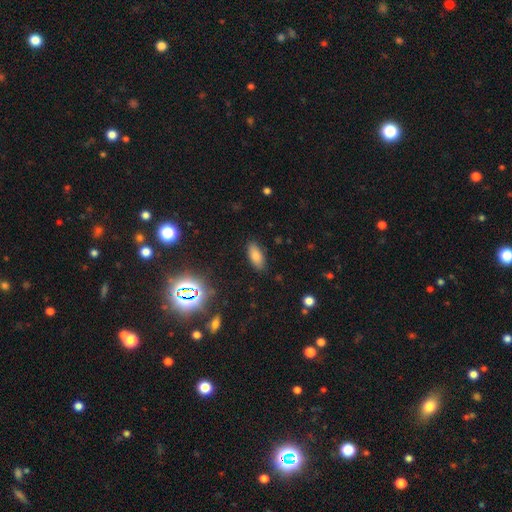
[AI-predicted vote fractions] smooth_or_featured: smooth (p=0.79) [alt: star or artifact p=0.13]
how_rounded: in between (p=0.86) [alt: cigar-shaped p=0.11]
merging: none (p=0.86) [alt: minor disturbance p=0.10]